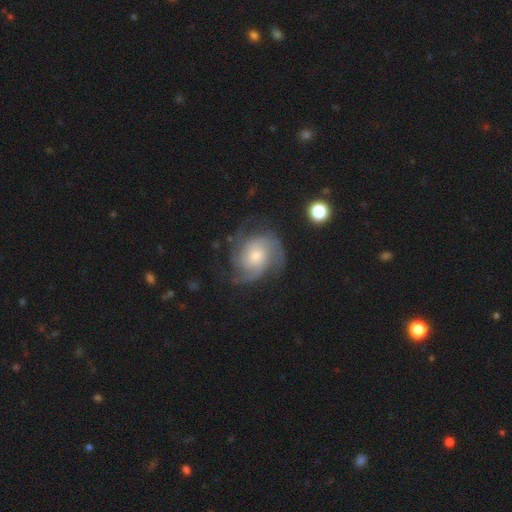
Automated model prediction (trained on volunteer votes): The model was most divided on "spiral winding": tight: 48%, medium: 41%, loose: 11%. Remaining: edge-on disk — no (98%); spiral arms — yes (96%); smooth or featured — featured or disk (85%); bar — no (74%); merging — none (68%); bulge size — small (51%); spiral arm count — 3 (36%).